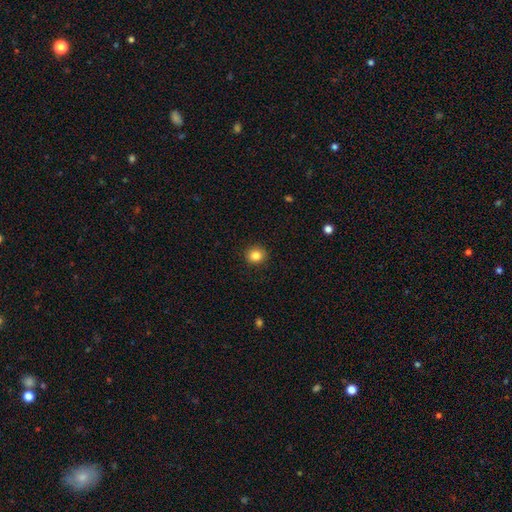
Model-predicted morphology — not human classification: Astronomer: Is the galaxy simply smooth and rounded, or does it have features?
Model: smooth — 84%.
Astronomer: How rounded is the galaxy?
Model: round — 85%.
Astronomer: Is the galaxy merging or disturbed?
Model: none — 92%.